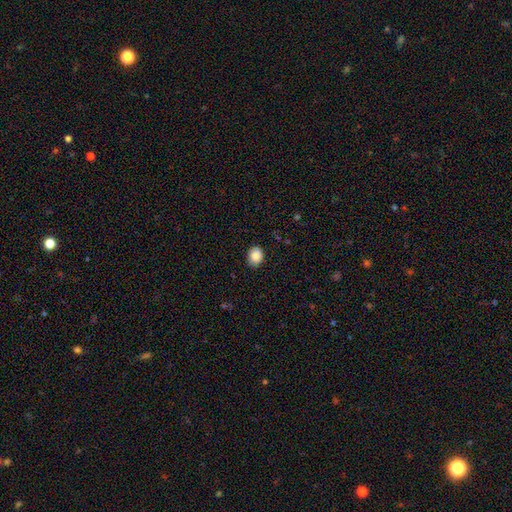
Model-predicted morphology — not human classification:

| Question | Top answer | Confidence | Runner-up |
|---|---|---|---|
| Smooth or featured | smooth | 88% | star or artifact (8%) |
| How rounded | in between | 50% | round (49%) |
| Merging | none | 86% | minor disturbance (11%) |